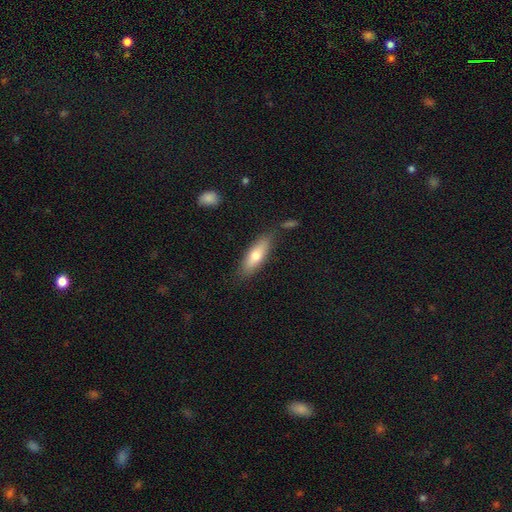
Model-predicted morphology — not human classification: smooth-or-featured: smooth: 70% | featured or disk: 24% | star or artifact: 6%
  how-rounded: in between: 54% | cigar-shaped: 44% | round: 2%
  merging: none: 79% | minor disturbance: 15% | merger: 4% | major disturbance: 3%